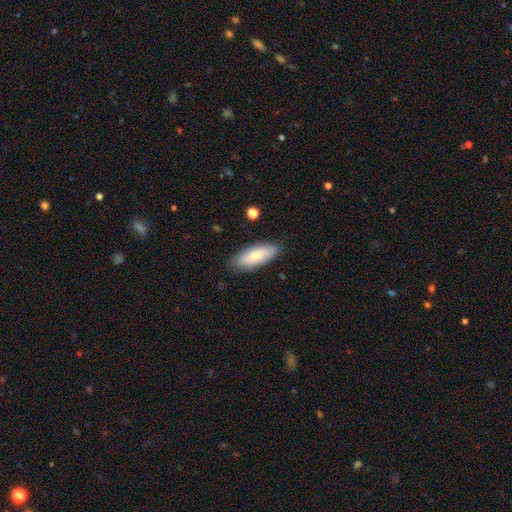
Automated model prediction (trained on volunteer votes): Smooth or featured? Predicted: smooth (p=0.76). How rounded? Predicted: in between (p=0.77). Merging? Predicted: none (p=0.84).